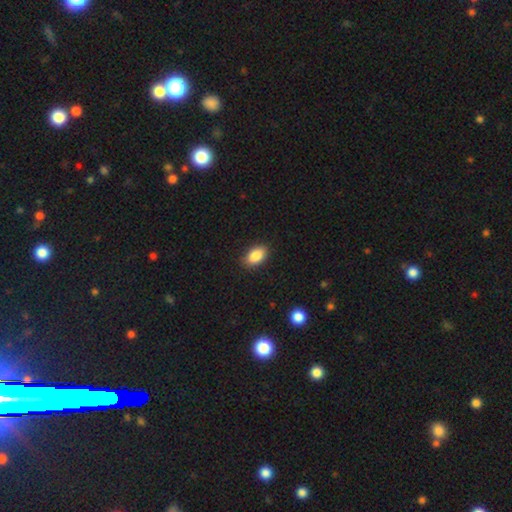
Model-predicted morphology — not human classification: Smooth or featured: smooth — 87% (star or artifact — 8%)
How rounded: in between — 90% (round — 8%)
Merging: none — 87% (minor disturbance — 10%)